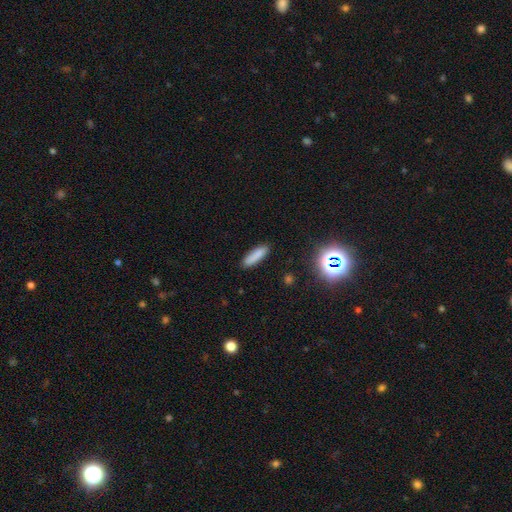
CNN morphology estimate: Smooth or featured? smooth (83%)
How rounded? cigar-shaped (67%)
Merging? none (86%)